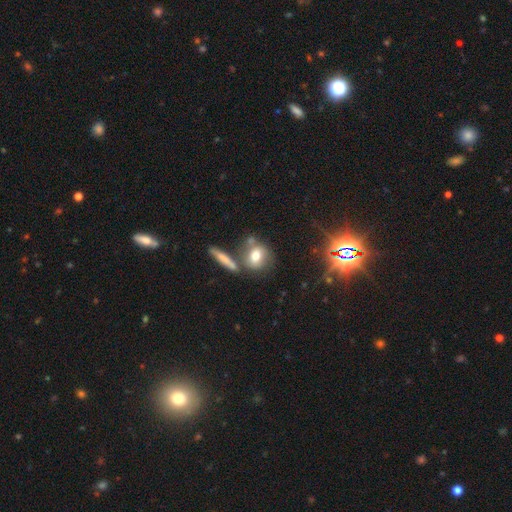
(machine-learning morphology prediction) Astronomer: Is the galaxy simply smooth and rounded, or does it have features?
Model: smooth — 68%.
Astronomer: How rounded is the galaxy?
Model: round — 65%.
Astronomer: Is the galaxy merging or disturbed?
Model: none — 56%.